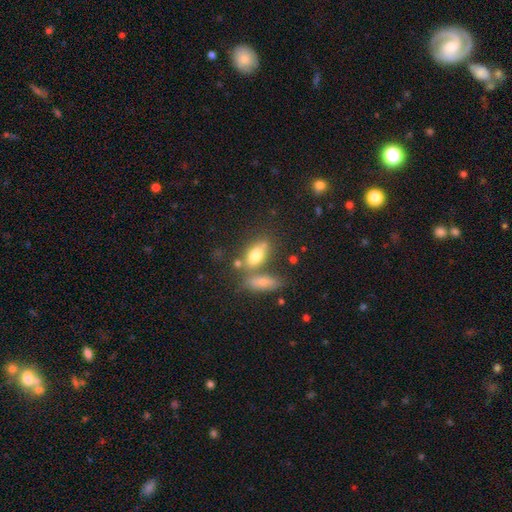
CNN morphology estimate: smooth 72%, featured or disk 19%, star or artifact 9%. Down the decision tree: how rounded — in between (80%); merging — none (51%).